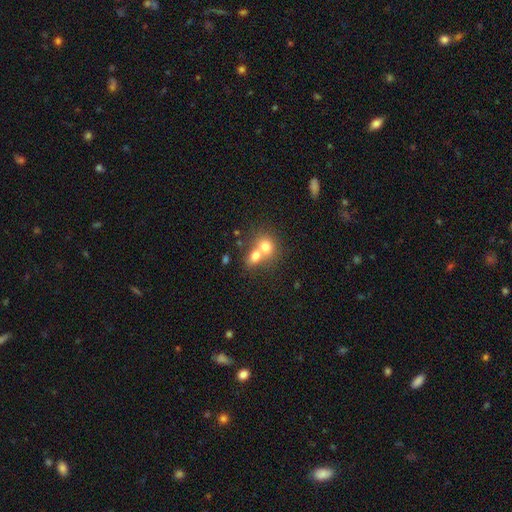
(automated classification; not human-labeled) smooth 73%, featured or disk 17%, star or artifact 10%. Down the decision tree: how rounded — round (57%); merging — merger (67%).